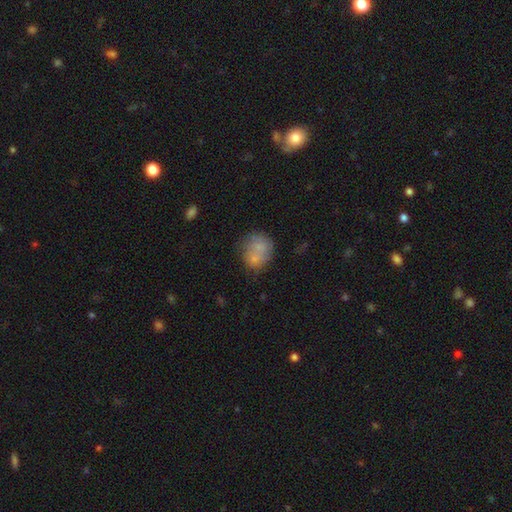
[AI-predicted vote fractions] smooth 71%, featured or disk 19%, star or artifact 10%. Down the decision tree: how rounded — round (73%); merging — none (47%).